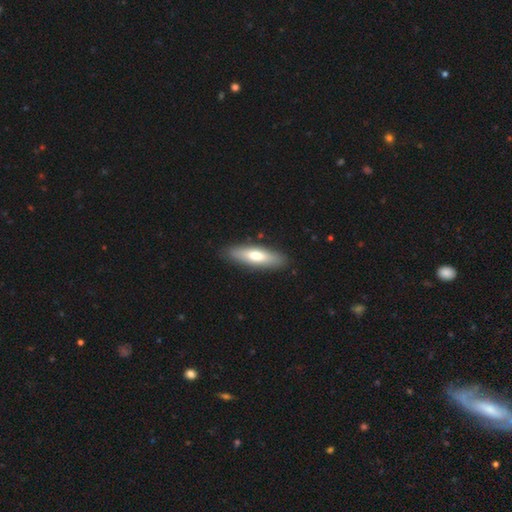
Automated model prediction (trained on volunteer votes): Overall: smooth (67%). How rounded: cigar-shaped (56%; in between 43%). Merging: none (87%).